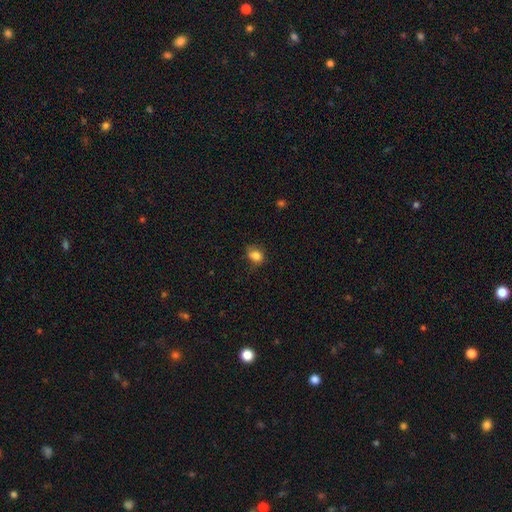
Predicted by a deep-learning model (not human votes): Smooth or featured?
  - smooth: 83% *
  - star or artifact: 10%
  - featured or disk: 7%
How rounded?
  - in between: 55% *
  - round: 44%
  - cigar-shaped: 1%
Merging?
  - none: 59% *
  - minor disturbance: 29%
  - major disturbance: 10%
  - merger: 2%